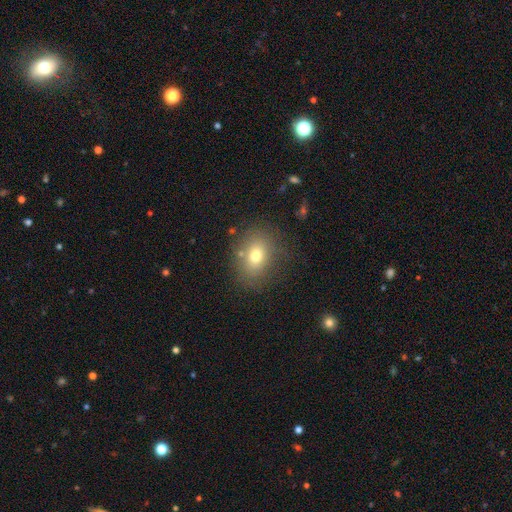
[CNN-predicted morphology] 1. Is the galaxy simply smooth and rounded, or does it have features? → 73% smooth, 15% featured or disk, 13% star or artifact.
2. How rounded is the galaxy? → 59% in between, 40% round, 1% cigar-shaped.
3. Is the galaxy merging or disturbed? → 78% none, 14% minor disturbance, 6% major disturbance, 3% merger.